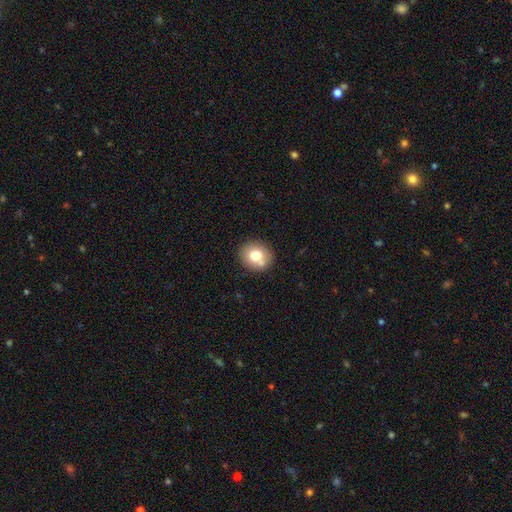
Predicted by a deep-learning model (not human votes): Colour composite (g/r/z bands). It shows a smooth galaxy with no disk features (73%) that is round (75%). Merging: none (78%).